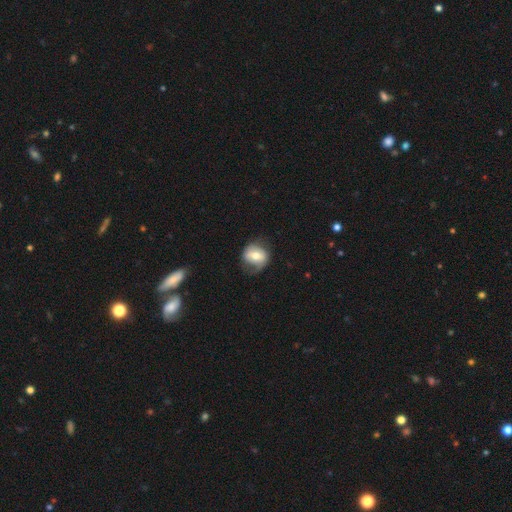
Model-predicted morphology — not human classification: Smooth or featured?
  - smooth: 52% *
  - featured or disk: 41%
  - star or artifact: 7%
How rounded?
  - round: 63% *
  - in between: 36%
  - cigar-shaped: 1%
Merging?
  - none: 60% *
  - minor disturbance: 25%
  - major disturbance: 13%
  - merger: 1%